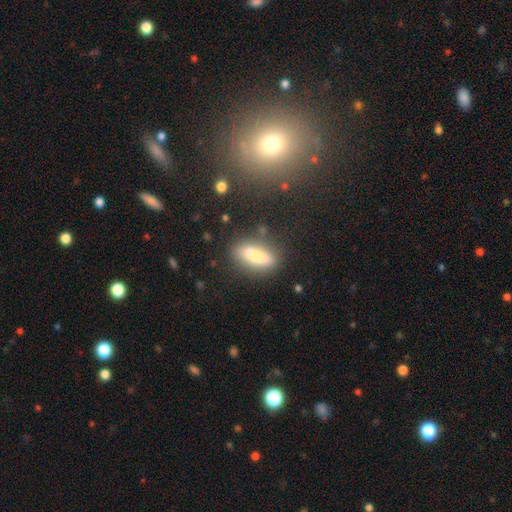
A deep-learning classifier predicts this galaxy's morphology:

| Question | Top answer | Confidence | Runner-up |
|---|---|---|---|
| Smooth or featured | smooth | 71% | featured or disk (21%) |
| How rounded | in between | 61% | cigar-shaped (36%) |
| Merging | none | 77% | minor disturbance (14%) |